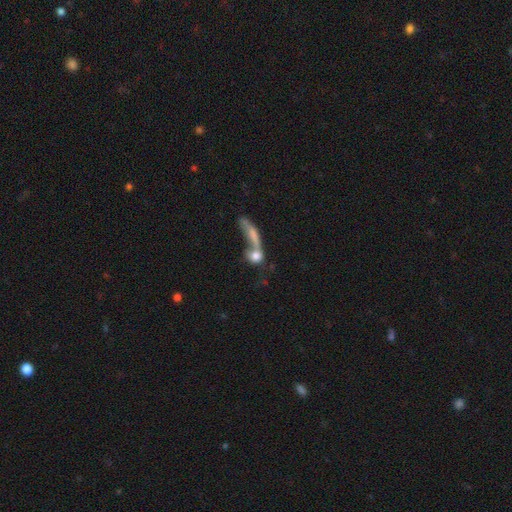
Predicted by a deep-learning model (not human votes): smooth-or-featured: smooth: 68% | featured or disk: 22% | star or artifact: 11%
  how-rounded: round: 55% | in between: 29% | cigar-shaped: 16%
  merging: merger: 54% | none: 23% | major disturbance: 15% | minor disturbance: 9%